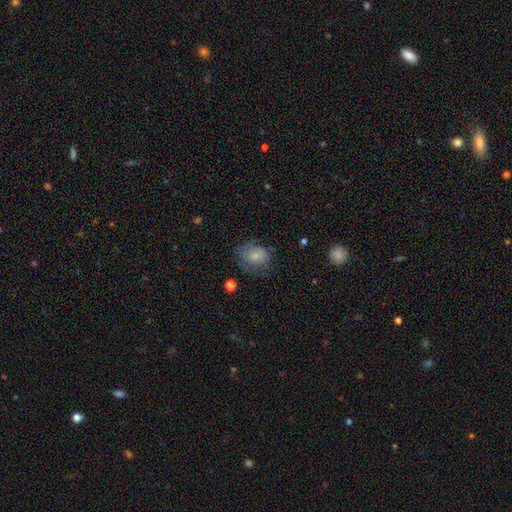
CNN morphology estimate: type=smooth (73%); roundness=round (51%); merging=none (54%).